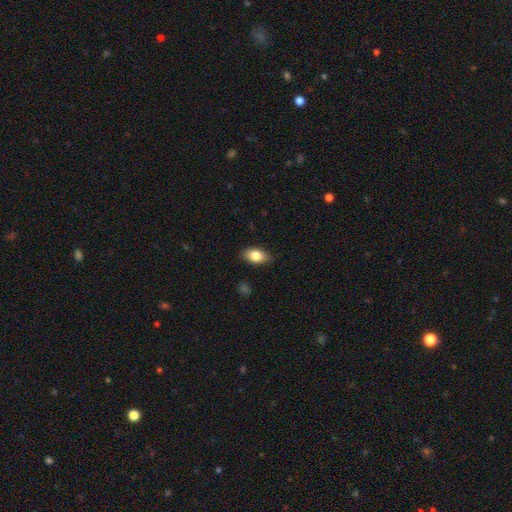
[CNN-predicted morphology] Q: Smooth or featured?
A: smooth (79%); runner-up: featured or disk (13%)
Q: How rounded?
A: in between (87%); runner-up: round (9%)
Q: Merging?
A: none (82%); runner-up: minor disturbance (15%)